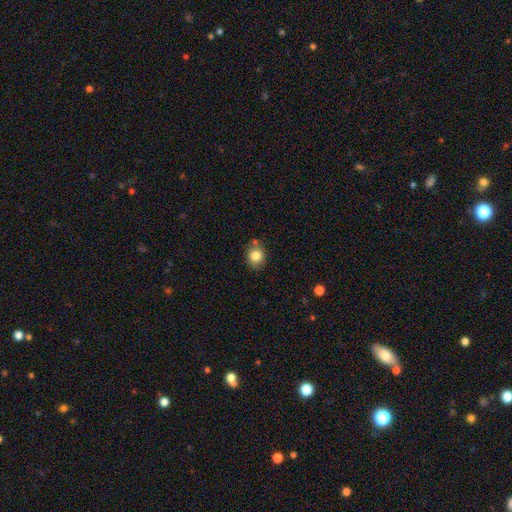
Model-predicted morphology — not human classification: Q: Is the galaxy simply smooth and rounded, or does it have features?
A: smooth — 83%.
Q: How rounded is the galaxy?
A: round — 72%.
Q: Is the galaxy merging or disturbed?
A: none — 72%.